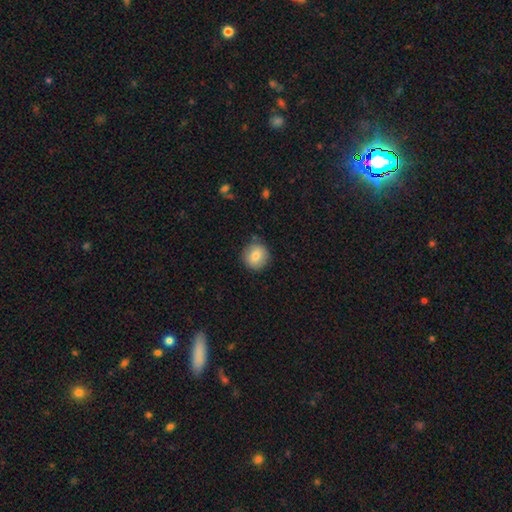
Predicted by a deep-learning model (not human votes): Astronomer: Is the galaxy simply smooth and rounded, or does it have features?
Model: smooth — 81%.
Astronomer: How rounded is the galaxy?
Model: round — 93%.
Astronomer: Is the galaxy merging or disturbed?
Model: none — 87%.